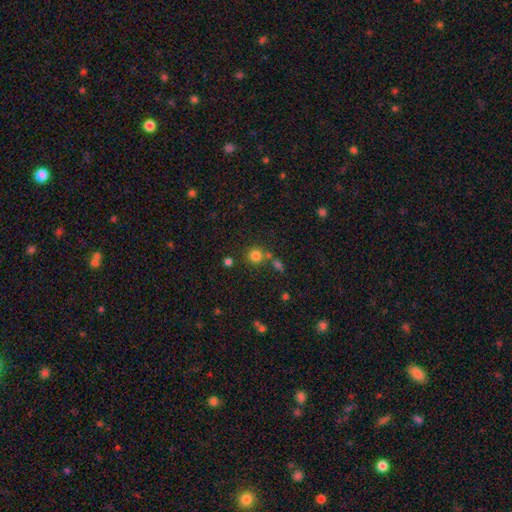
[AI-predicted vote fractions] Q: Smooth or featured?
A: smooth (79%); runner-up: star or artifact (14%)
Q: How rounded?
A: round (92%); runner-up: in between (7%)
Q: Merging?
A: none (72%); runner-up: merger (15%)